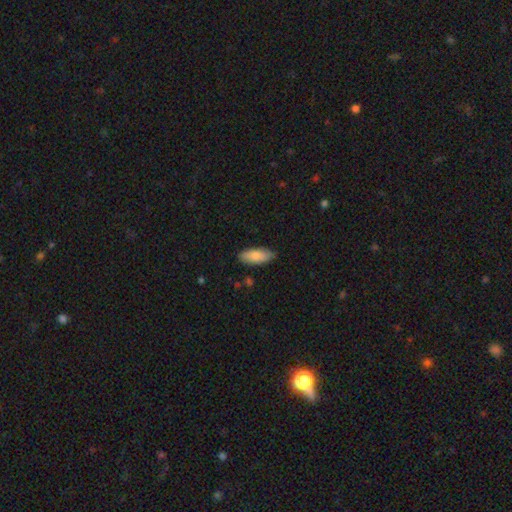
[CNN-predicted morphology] The model was most divided on "how rounded": in between: 79%, cigar-shaped: 19%, round: 2%. More confident: merging — none (85%); smooth or featured — smooth (84%).